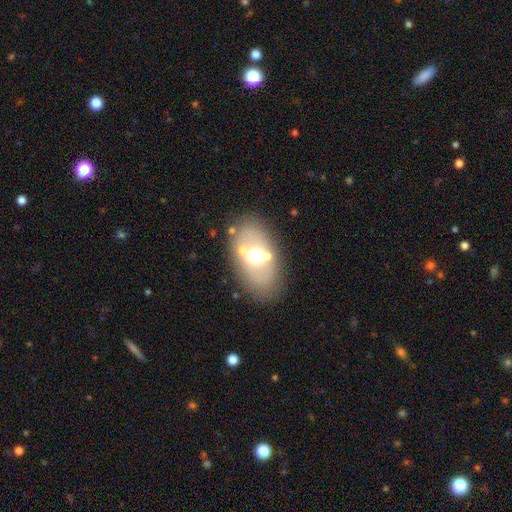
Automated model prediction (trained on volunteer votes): This appears to be a smooth galaxy with no disk features (50%) that is in between round and cigar-shaped (85%). Merging: none (76%).